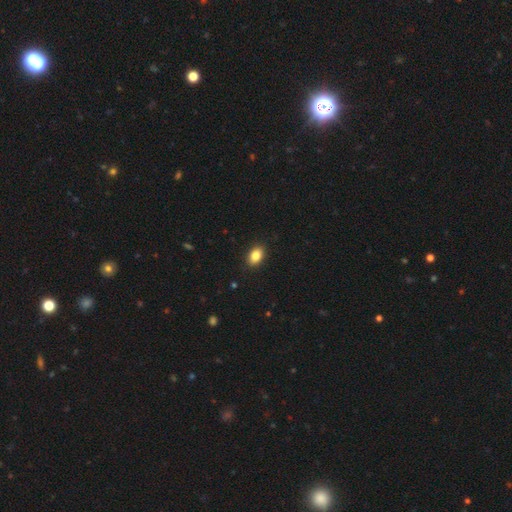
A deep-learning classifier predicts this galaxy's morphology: Smooth or featured: smooth — 86% (star or artifact — 8%)
How rounded: in between — 86% (round — 13%)
Merging: none — 90% (minor disturbance — 7%)